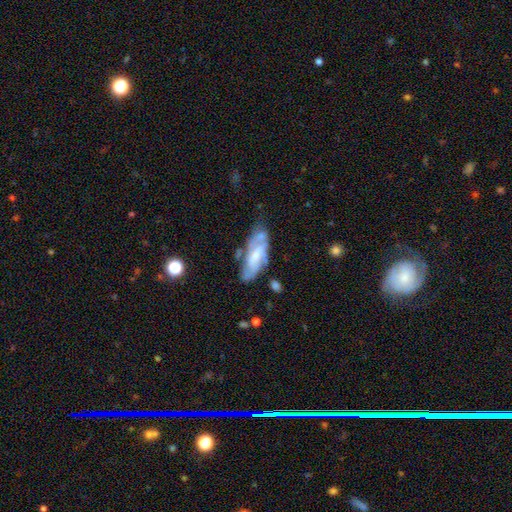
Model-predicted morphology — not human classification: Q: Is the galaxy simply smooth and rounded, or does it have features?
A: featured or disk — 70%.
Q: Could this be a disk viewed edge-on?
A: no — 87%.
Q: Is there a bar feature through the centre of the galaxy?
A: no — 42%.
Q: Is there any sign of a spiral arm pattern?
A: yes — 84%.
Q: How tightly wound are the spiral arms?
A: tight — 43%.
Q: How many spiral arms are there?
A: can't tell — 34%, tied with 2.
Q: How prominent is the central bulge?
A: small — 49%.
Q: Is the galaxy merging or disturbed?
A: none — 57%.